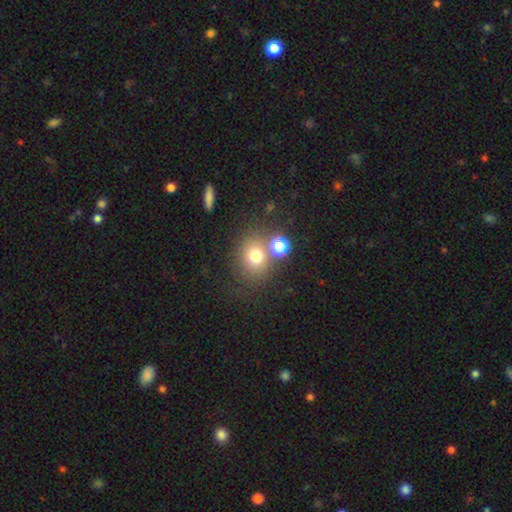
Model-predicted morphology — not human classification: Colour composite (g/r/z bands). It shows a smooth galaxy with no disk features (73%) that is round (73%). Merging: none (64%).